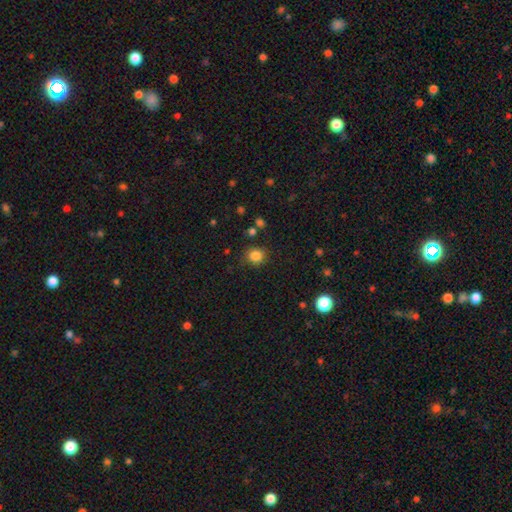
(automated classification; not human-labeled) Smooth or featured? smooth (84%)
How rounded? round (84%)
Merging? none (84%)